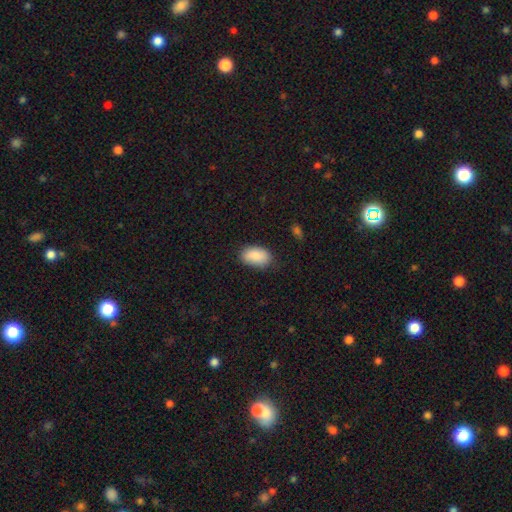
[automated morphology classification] Smooth or featured: smooth — 87% (star or artifact — 7%)
How rounded: in between — 91% (round — 8%)
Merging: none — 78% (minor disturbance — 18%)